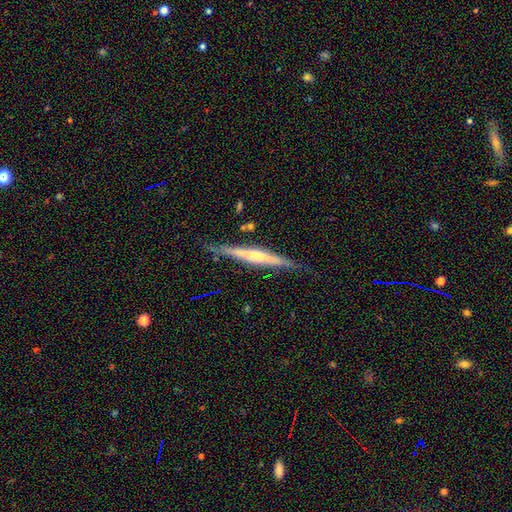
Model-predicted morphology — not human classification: Overall: featured or disk (69%). Edge-on disk: yes (96%). Edge-on bulge: rounded (47%; none 39%). Merging: none (81%).